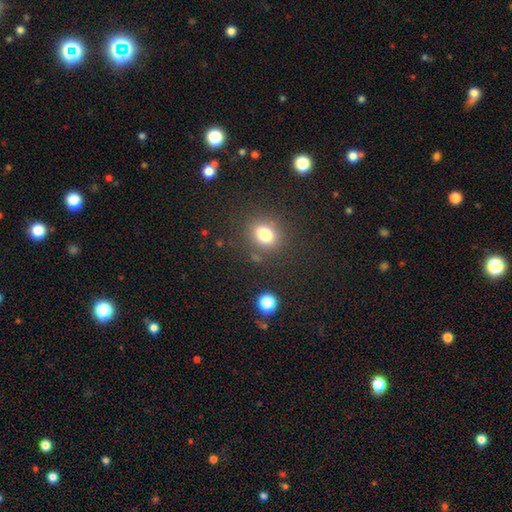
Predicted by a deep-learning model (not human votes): This is likely a smooth galaxy (62%). How rounded: clearly round (86%). Merging: clearly none (89%).